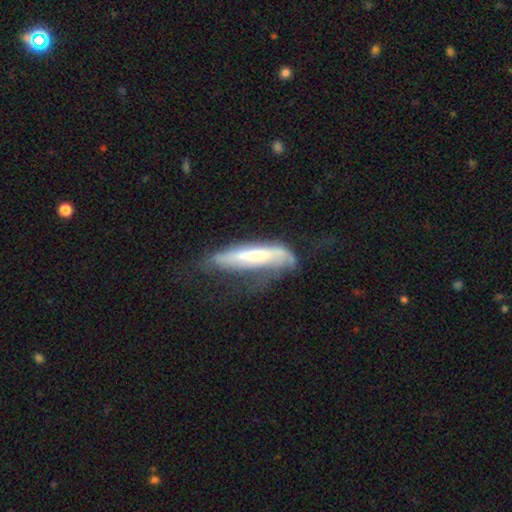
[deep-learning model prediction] This is possibly a featured or disk galaxy (52%). It is possibly viewed edge-on (55%). Merging: marginally none (37%).